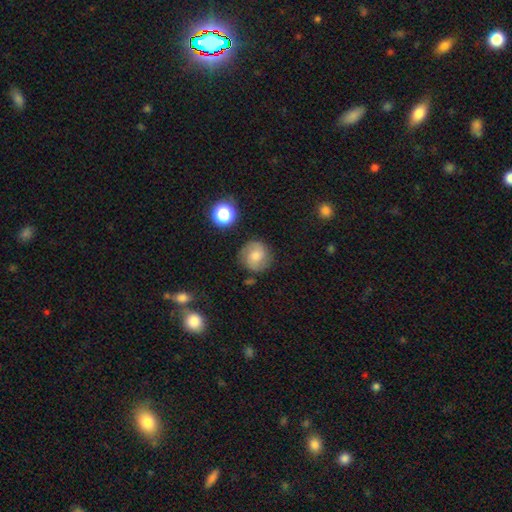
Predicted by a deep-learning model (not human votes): Smooth or featured? smooth (59%)
How rounded? round (88%)
Merging? none (77%)